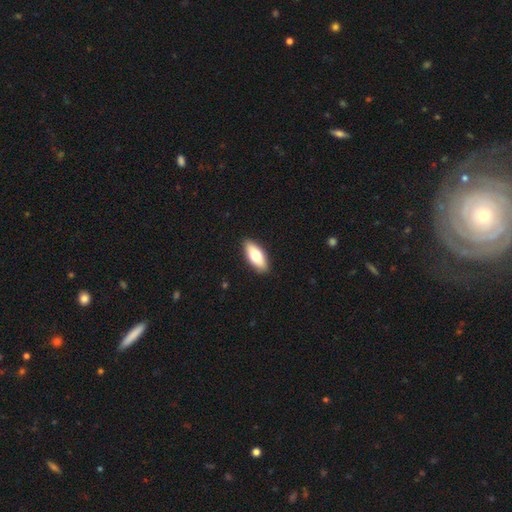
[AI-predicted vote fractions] Overall: smooth (71%). How rounded: in between (78%). Merging: none (90%).